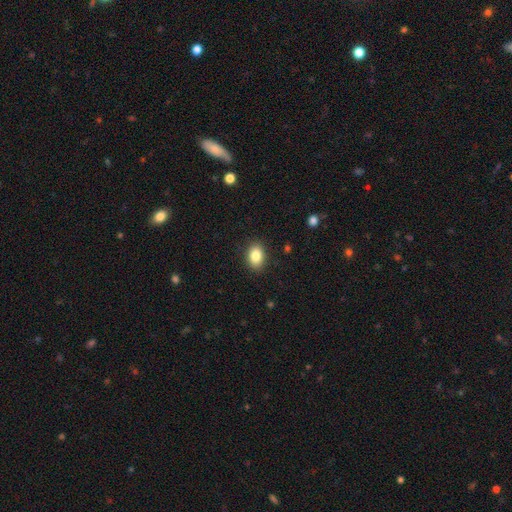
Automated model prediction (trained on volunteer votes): Smooth or featured? Predicted: smooth (p=0.85). How rounded? Predicted: in between (p=0.78). Merging? Predicted: none (p=0.88).